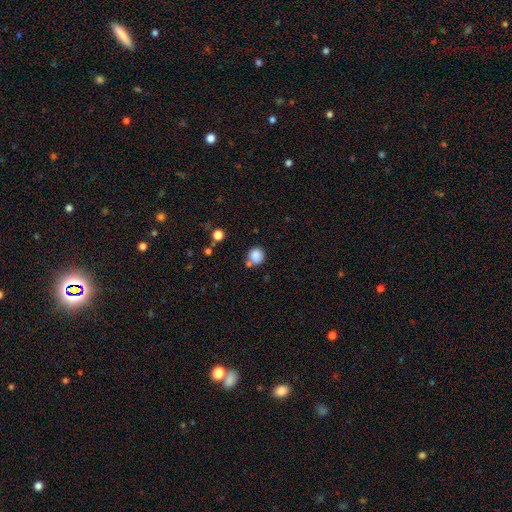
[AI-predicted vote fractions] smooth 84%, star or artifact 10%, featured or disk 6%. Down the decision tree: how rounded — round (87%); merging — none (63%).